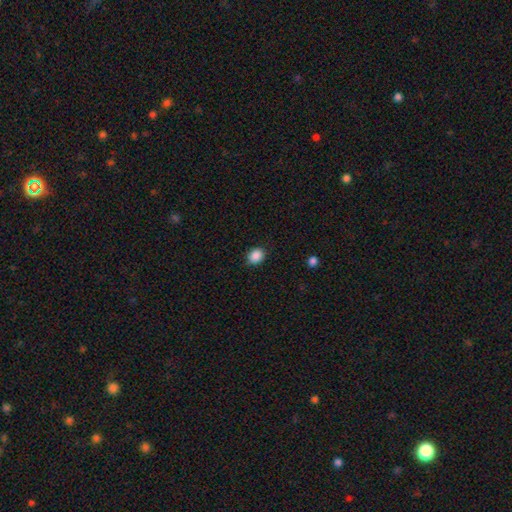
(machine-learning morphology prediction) A smooth galaxy with no disk features (88%) that is in between round and cigar-shaped (50%).

Vote fractions:
- Smooth or featured? smooth: 88% / star or artifact: 9% / featured or disk: 3%
- How rounded? in between: 50% / round: 49% / cigar-shaped: 1%
- Merging? none: 87% / minor disturbance: 10% / major disturbance: 2% / merger: 1%